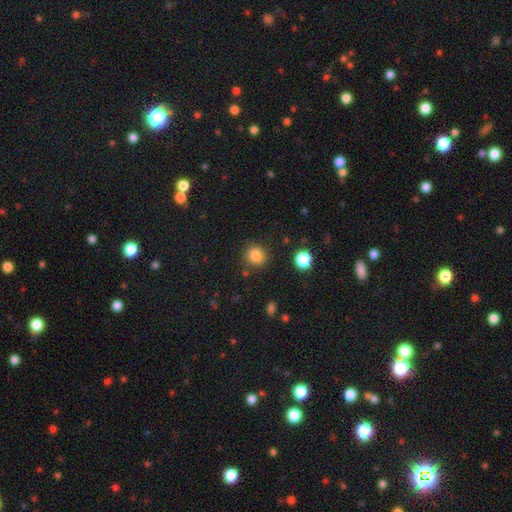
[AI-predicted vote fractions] This is clearly a smooth galaxy (85%). How rounded: likely round (78%). Merging: clearly none (84%).